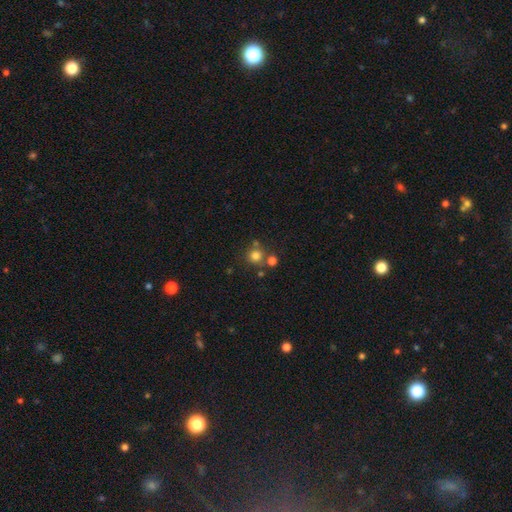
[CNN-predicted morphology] Q: Smooth or featured?
A: smooth (76%); runner-up: star or artifact (15%)
Q: How rounded?
A: round (92%); runner-up: in between (7%)
Q: Merging?
A: none (68%); runner-up: merger (20%)